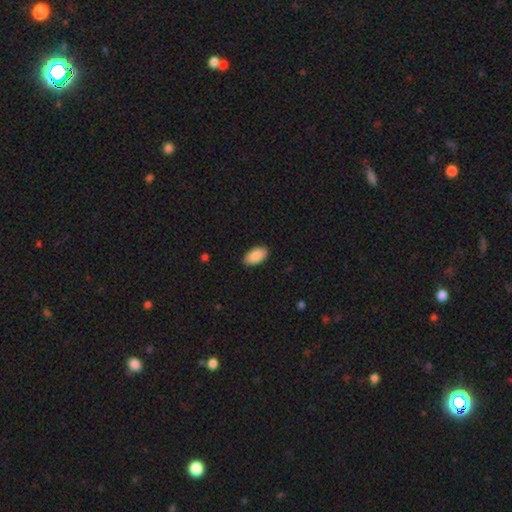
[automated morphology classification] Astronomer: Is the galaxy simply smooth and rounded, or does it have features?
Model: smooth — 90%.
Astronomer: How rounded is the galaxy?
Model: in between — 95%.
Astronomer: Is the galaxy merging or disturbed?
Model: none — 89%.